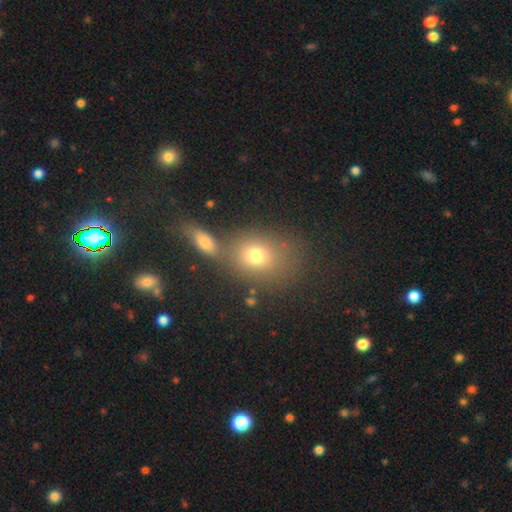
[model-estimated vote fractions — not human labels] Smooth or featured? smooth (73%)
How rounded? in between (52%)
Merging? none (50%)